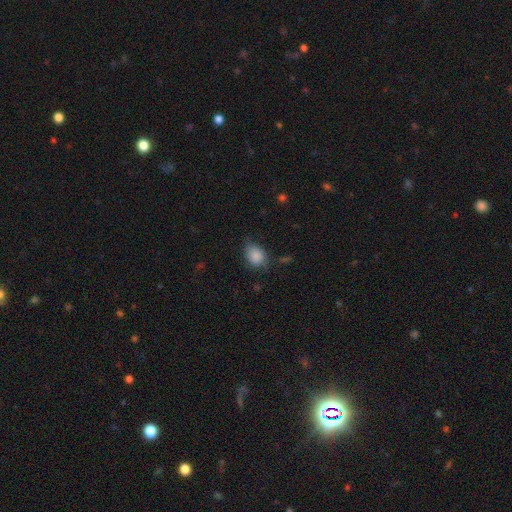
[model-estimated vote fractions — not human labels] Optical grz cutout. It shows a smooth galaxy with no disk features (85%) that is in between round and cigar-shaped (65%). Merging: none (60%).